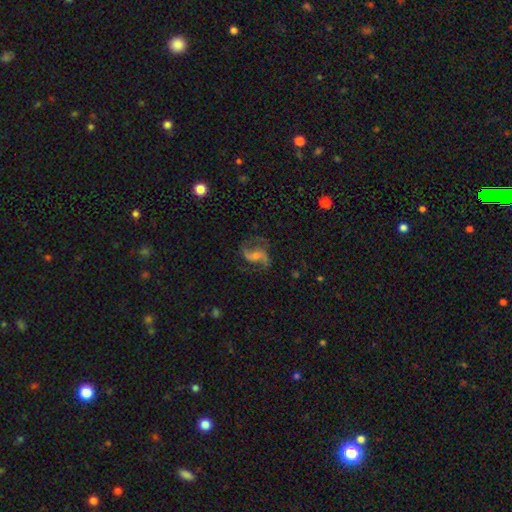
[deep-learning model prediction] Q: Smooth or featured?
A: featured or disk (84%); runner-up: star or artifact (8%)
Q: Edge-on disk?
A: no (98%); runner-up: yes (2%)
Q: Bar?
A: weak (44%); runner-up: no (37%)
Q: Spiral arms?
A: yes (96%); runner-up: no (4%)
Q: Spiral winding?
A: loose (53%); runner-up: medium (39%)
Q: Spiral arm count?
A: 2 (90%); runner-up: can't tell (3%)
Q: Bulge size?
A: small (50%); runner-up: moderate (30%)
Q: Merging?
A: none (71%); runner-up: minor disturbance (15%)